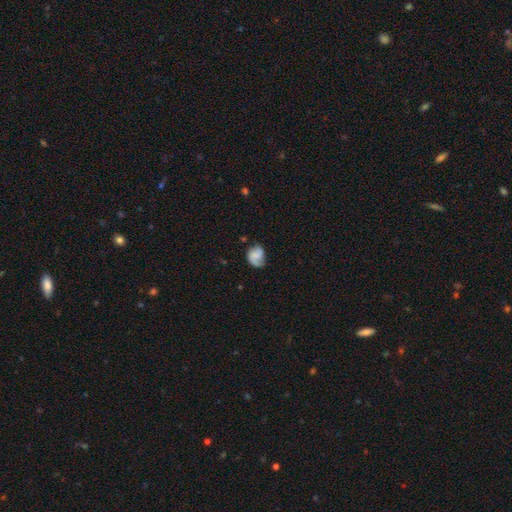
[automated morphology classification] A featured or disk galaxy (50%). Merging: none (52%).